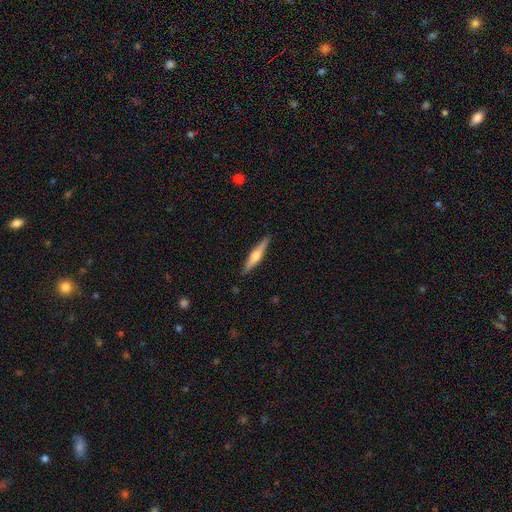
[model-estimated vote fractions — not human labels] Smooth or featured? Predicted: featured or disk (p=0.57). Edge-on disk? Predicted: yes (p=0.96). Edge-on bulge? Predicted: rounded (p=0.89). Merging? Predicted: none (p=0.90).